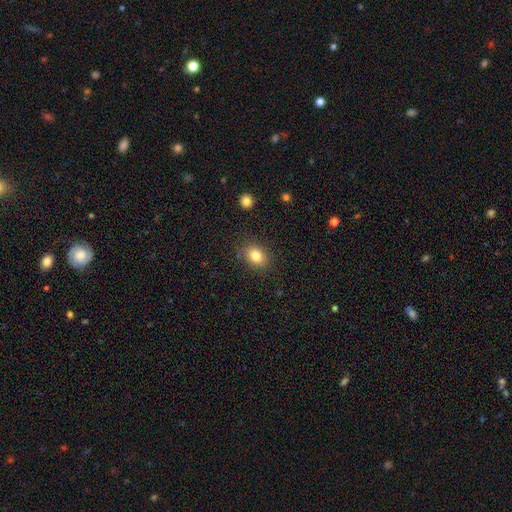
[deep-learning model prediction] smooth-or-featured: smooth: 82% | star or artifact: 10% | featured or disk: 7%
  how-rounded: in between: 60% | round: 39% | cigar-shaped: 1%
  merging: none: 85% | minor disturbance: 10% | major disturbance: 3% | merger: 1%